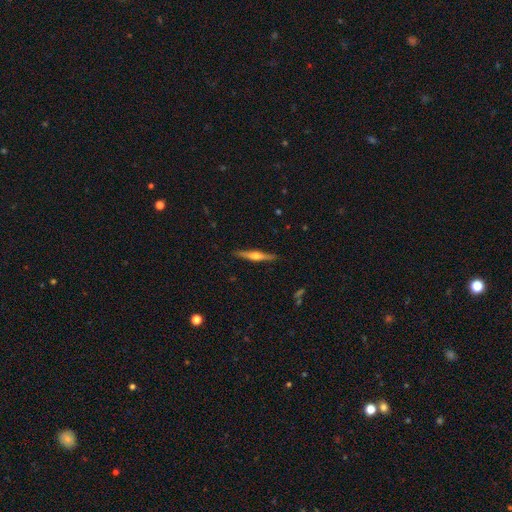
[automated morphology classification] Q: Smooth or featured?
A: featured or disk (71%); runner-up: smooth (23%)
Q: Edge-on disk?
A: yes (98%); runner-up: no (2%)
Q: Edge-on bulge?
A: rounded (89%); runner-up: boxy (7%)
Q: Merging?
A: none (89%); runner-up: minor disturbance (8%)